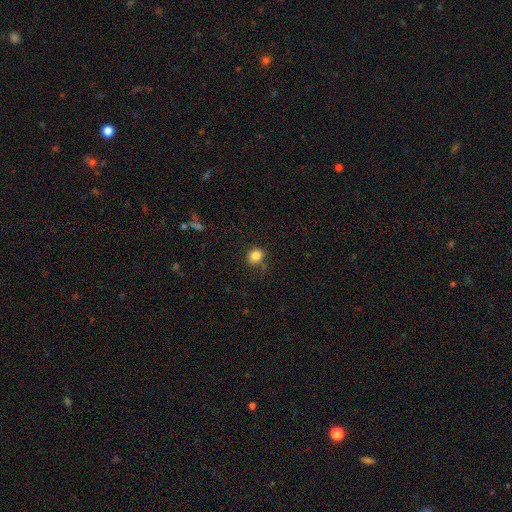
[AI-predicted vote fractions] This is clearly a smooth galaxy (84%). How rounded: likely round (76%). Merging: likely none (74%).